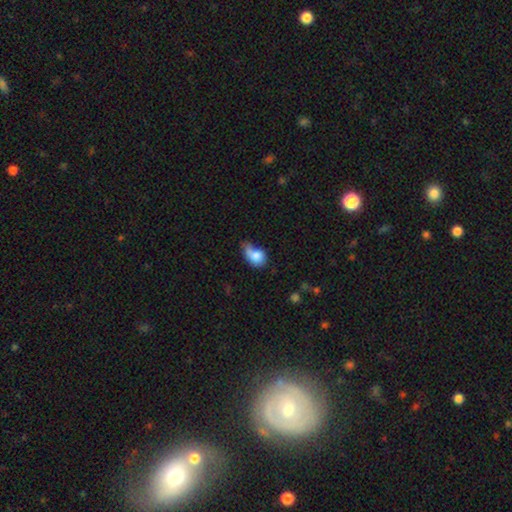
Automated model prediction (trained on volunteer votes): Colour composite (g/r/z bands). It shows a smooth galaxy with no disk features (78%) that is in between round and cigar-shaped (70%). Merging: minor disturbance (35%).